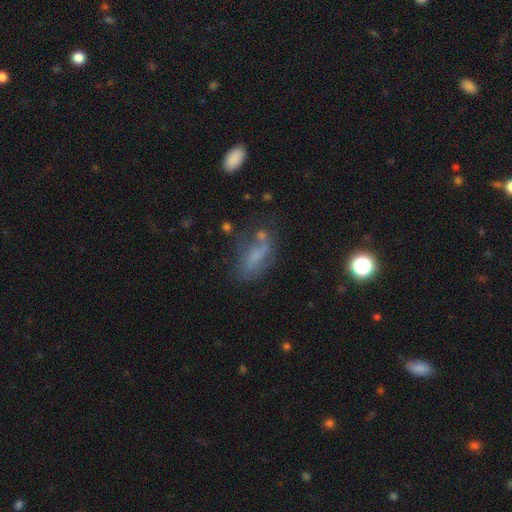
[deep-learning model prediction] Overall: smooth (49%; featured or disk 35%). Merging: none (41%; minor disturbance 24%).